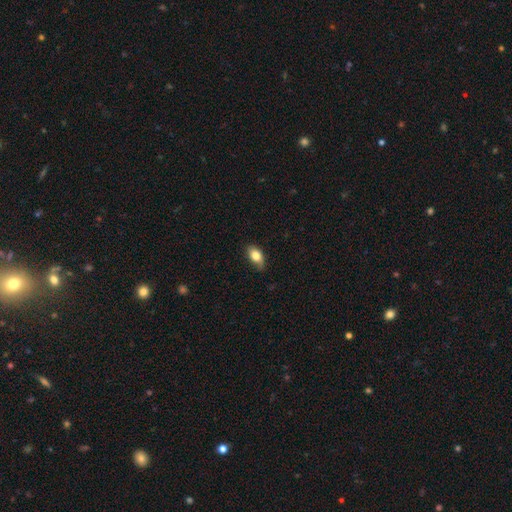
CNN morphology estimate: Overall: smooth (80%). How rounded: in between (89%). Merging: none (71%).